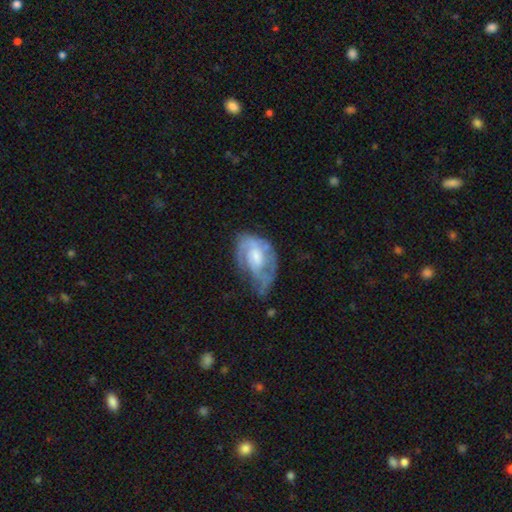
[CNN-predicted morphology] A featured or disk galaxy (73%) with no bar (58%), 2 (40%) tight (44%) spiral arms (81%) and a moderate central bulge (42%).

Vote fractions:
- Smooth or featured? featured or disk: 73% / smooth: 21% / star or artifact: 6%
- Edge-on disk? no: 97% / yes: 3%
- Bar? no: 58% / weak: 36% / strong: 7%
- Spiral arms? yes: 81% / no: 19%
- Spiral winding? tight: 44% / medium: 40% / loose: 16%
- Spiral arm count? 2: 40% / can't tell: 32% / 1: 15% / 3: 9% / 4: 3% / more than 4: 2%
- Bulge size? moderate: 42% / small: 38% / large: 10% / none: 9% / dominant: 2%
- Merging? none: 37% / minor disturbance: 31% / major disturbance: 29% / merger: 3%